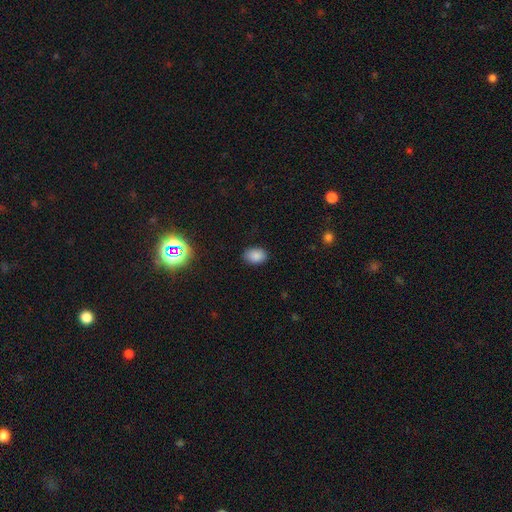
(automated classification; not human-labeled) Smooth or featured: smooth — 85% (star or artifact — 11%)
How rounded: in between — 80% (round — 19%)
Merging: none — 87% (minor disturbance — 10%)